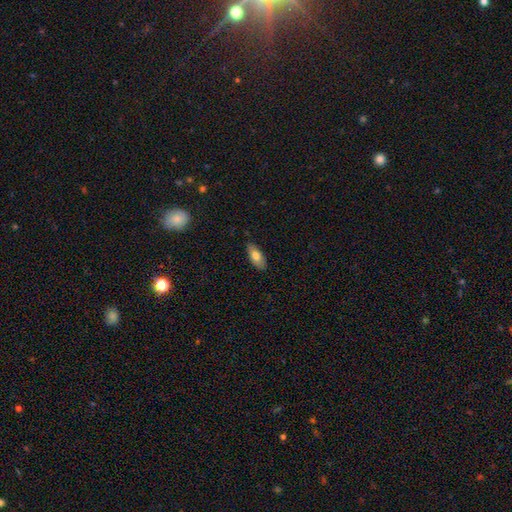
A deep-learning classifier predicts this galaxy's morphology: Smooth or featured? smooth (76%)
How rounded? in between (84%)
Merging? none (84%)